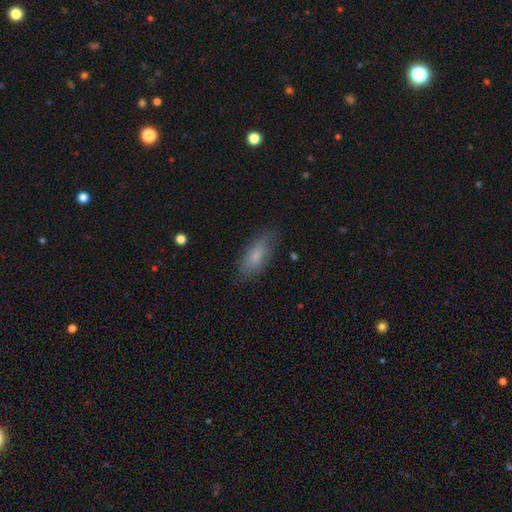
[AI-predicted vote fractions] Smooth or featured: smooth — 73% (featured or disk — 20%)
How rounded: in between — 75% (cigar-shaped — 22%)
Merging: none — 75% (minor disturbance — 19%)